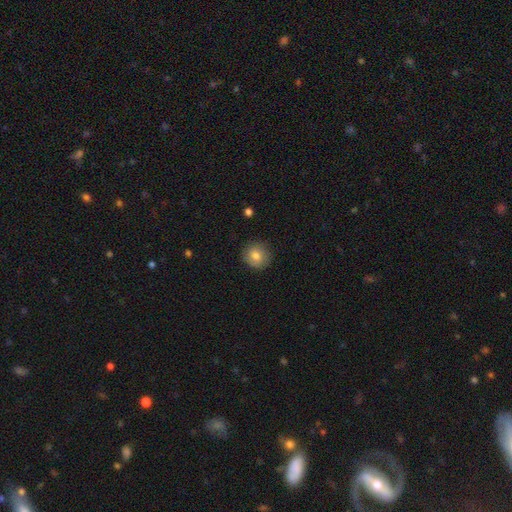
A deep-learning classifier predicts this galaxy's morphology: A smooth galaxy with no disk features (82%) that is round (91%).

Vote fractions:
- Smooth or featured? smooth: 82% / featured or disk: 9% / star or artifact: 9%
- How rounded? round: 91% / in between: 9% / cigar-shaped: 1%
- Merging? none: 88% / minor disturbance: 9% / major disturbance: 2% / merger: 1%